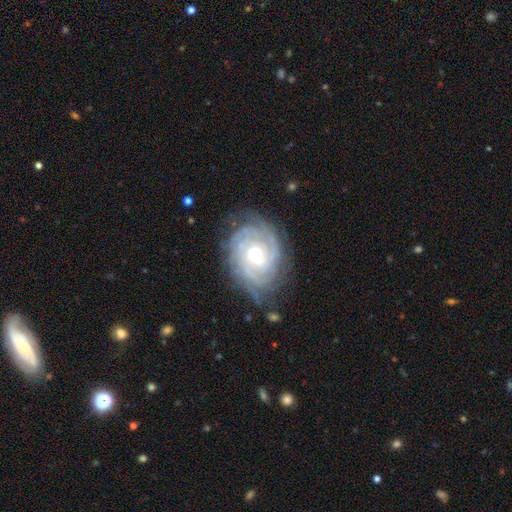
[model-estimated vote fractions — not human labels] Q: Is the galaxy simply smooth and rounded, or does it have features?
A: featured or disk — 87%.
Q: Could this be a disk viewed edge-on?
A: no — 97%.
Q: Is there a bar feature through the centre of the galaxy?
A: no — 74%.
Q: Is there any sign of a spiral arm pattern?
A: yes — 96%.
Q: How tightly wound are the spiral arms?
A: tight — 77%.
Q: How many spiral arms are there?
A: can't tell — 33%.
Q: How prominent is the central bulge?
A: moderate — 51%.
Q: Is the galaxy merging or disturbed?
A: none — 72%.